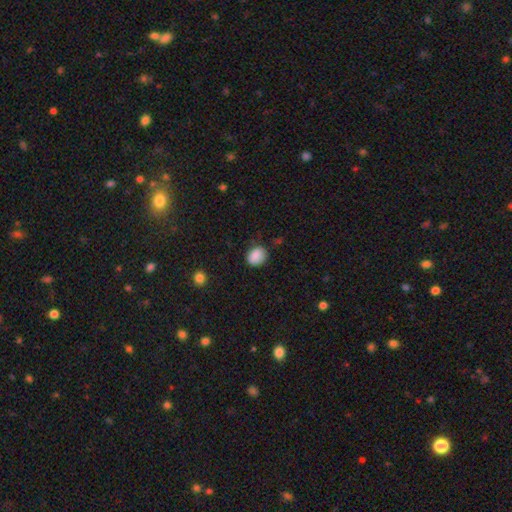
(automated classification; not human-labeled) This appears to be a smooth galaxy with no disk features (87%) that is in between round and cigar-shaped (52%). Merging: none (73%).